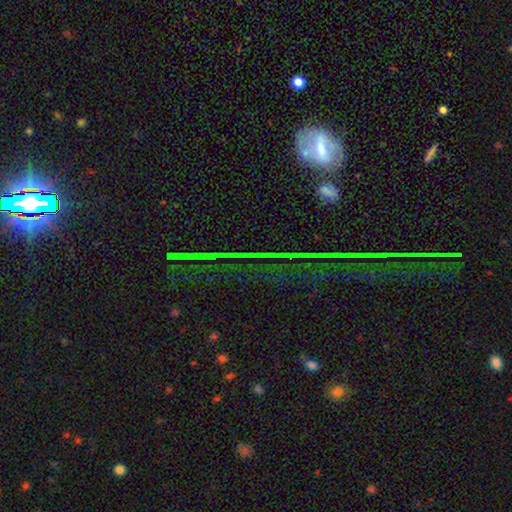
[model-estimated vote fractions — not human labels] A star or artifact, not a galaxy (71%).